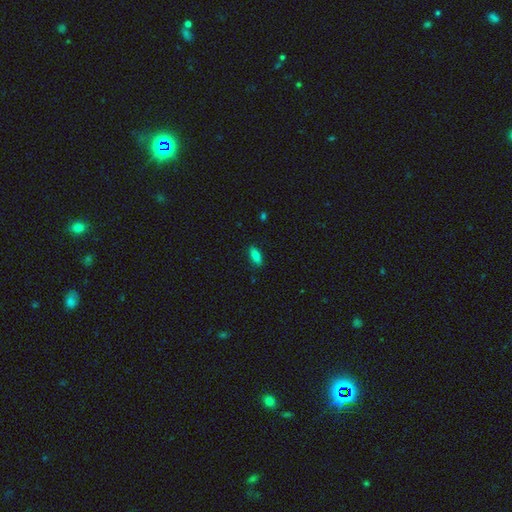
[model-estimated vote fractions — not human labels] A smooth galaxy with no disk features (83%) that is in between round and cigar-shaped (81%). Merging: none (85%).